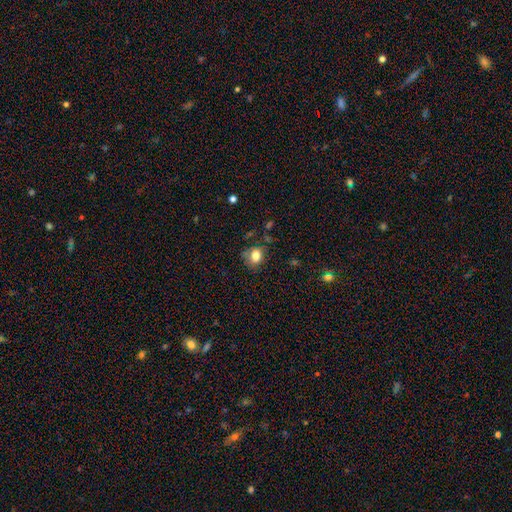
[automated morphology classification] smooth-or-featured: smooth: 80% | star or artifact: 11% | featured or disk: 9%
  how-rounded: round: 53% | in between: 46% | cigar-shaped: 1%
  merging: none: 67% | minor disturbance: 22% | major disturbance: 7% | merger: 4%